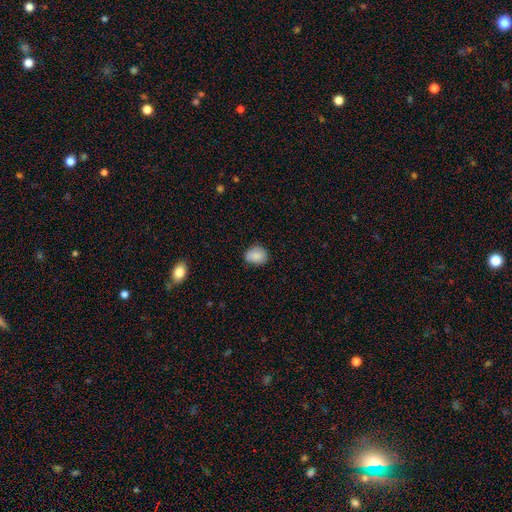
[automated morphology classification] Smooth or featured? Predicted: smooth (p=0.84). How rounded? Predicted: round (p=0.52). Merging? Predicted: none (p=0.75).